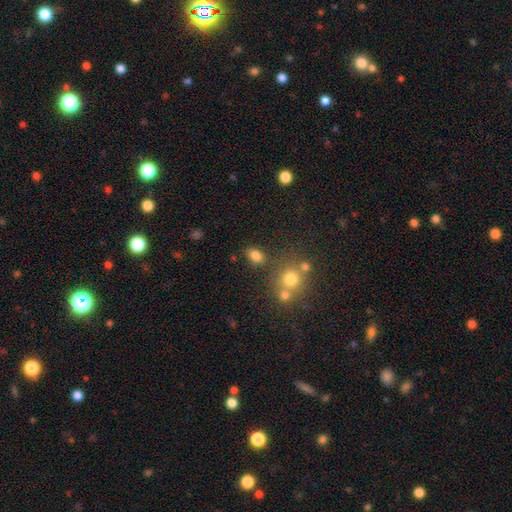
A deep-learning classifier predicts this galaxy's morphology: Q: Smooth or featured?
A: smooth (81%); runner-up: star or artifact (13%)
Q: How rounded?
A: in between (79%); runner-up: round (19%)
Q: Merging?
A: none (74%); runner-up: minor disturbance (12%)